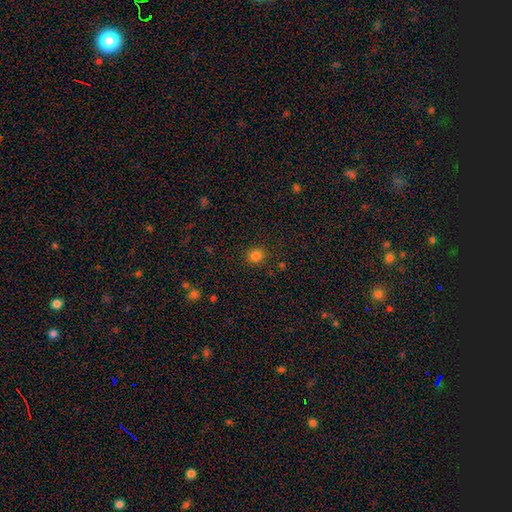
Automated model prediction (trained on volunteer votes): Morphology: type=smooth (82%); roundness=round (83%); merging=none (88%).